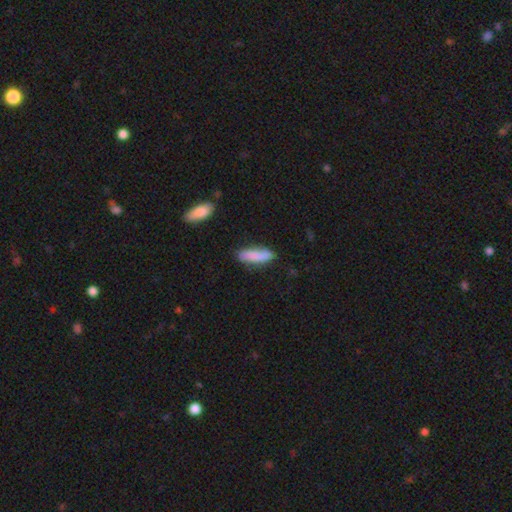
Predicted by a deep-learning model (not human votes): smooth 81%, featured or disk 13%, star or artifact 6%. Down the decision tree: how rounded — cigar-shaped (61%); merging — none (77%).